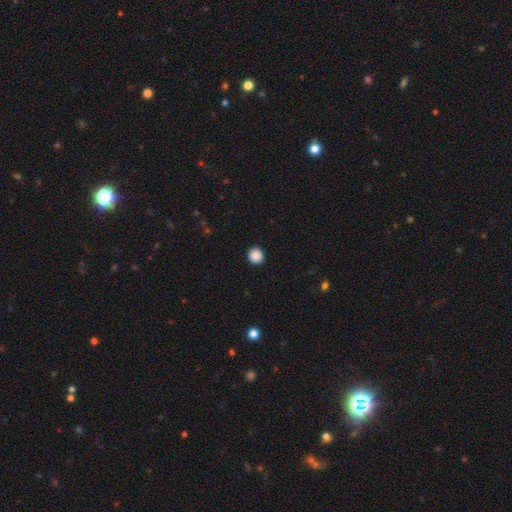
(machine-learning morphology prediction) This appears to be a smooth galaxy with no disk features (89%) that is round (91%). Merging: none (93%).